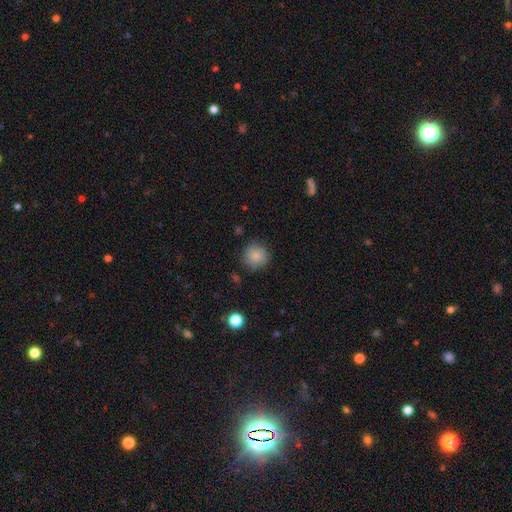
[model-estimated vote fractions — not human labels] Smooth or featured?
  - smooth: 84% *
  - star or artifact: 10%
  - featured or disk: 7%
How rounded?
  - round: 92% *
  - in between: 7%
  - cigar-shaped: 1%
Merging?
  - none: 82% *
  - minor disturbance: 13%
  - major disturbance: 4%
  - merger: 2%